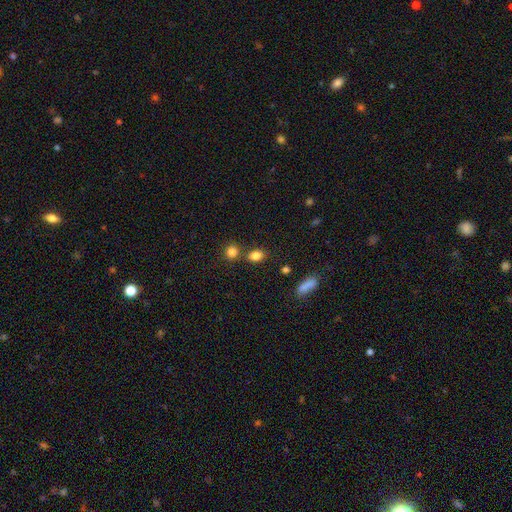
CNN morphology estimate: Smooth or featured? Predicted: smooth (p=0.83). How rounded? Predicted: in between (p=0.65). Merging? Predicted: none (p=0.67).